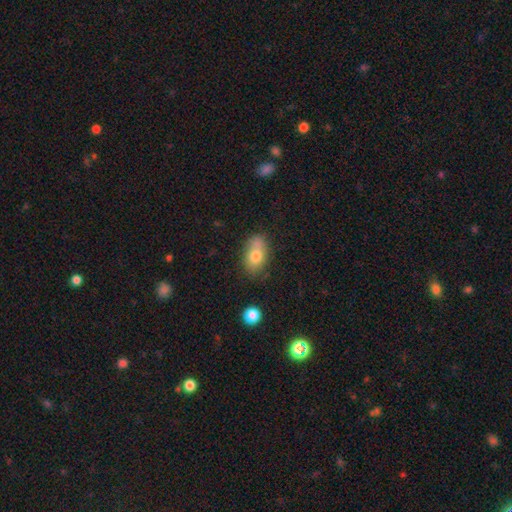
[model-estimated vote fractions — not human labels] This is likely a smooth galaxy (75%). How rounded: clearly in between (85%). Merging: possibly none (58%).